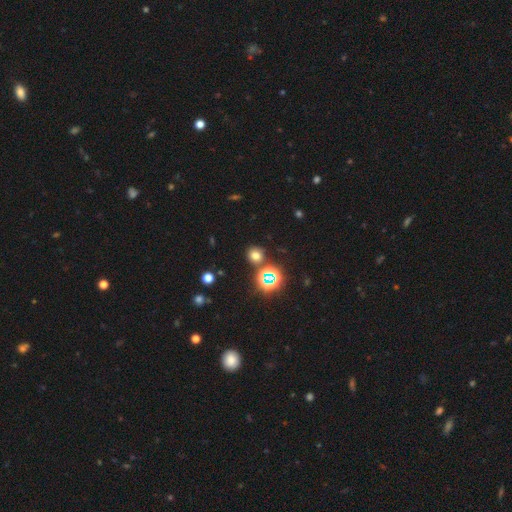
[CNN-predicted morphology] Smooth or featured?
  - smooth: 65% *
  - star or artifact: 28%
  - featured or disk: 8%
How rounded?
  - round: 86% *
  - in between: 13%
  - cigar-shaped: 1%
Merging?
  - none: 82% *
  - minor disturbance: 8%
  - merger: 7%
  - major disturbance: 3%